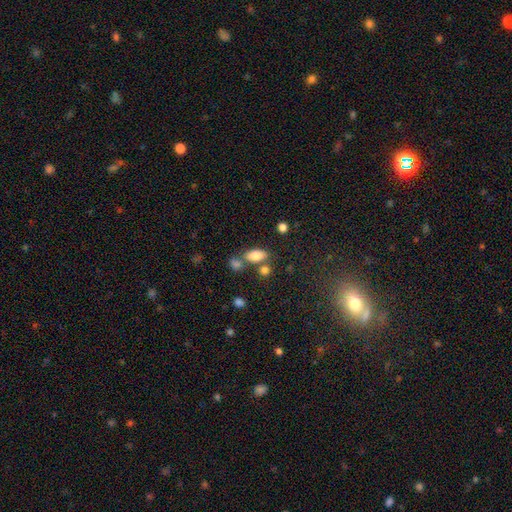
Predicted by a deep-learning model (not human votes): Smooth or featured: smooth — 81% (star or artifact — 10%)
How rounded: in between — 88% (round — 6%)
Merging: none — 59% (merger — 23%)